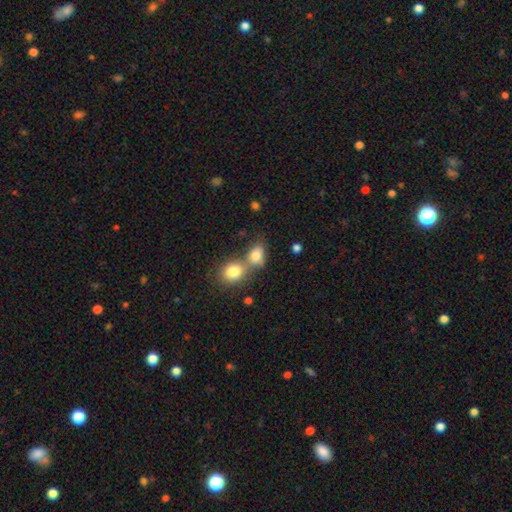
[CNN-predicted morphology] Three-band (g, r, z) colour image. It shows a smooth galaxy with no disk features (80%) that is in between round and cigar-shaped (61%). Merging: merger (56%).